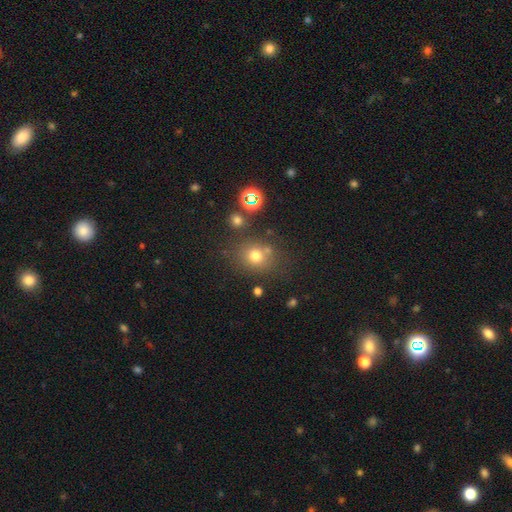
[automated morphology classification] This appears to be a smooth galaxy with no disk features (72%) that is round (79%). Merging: none (71%).